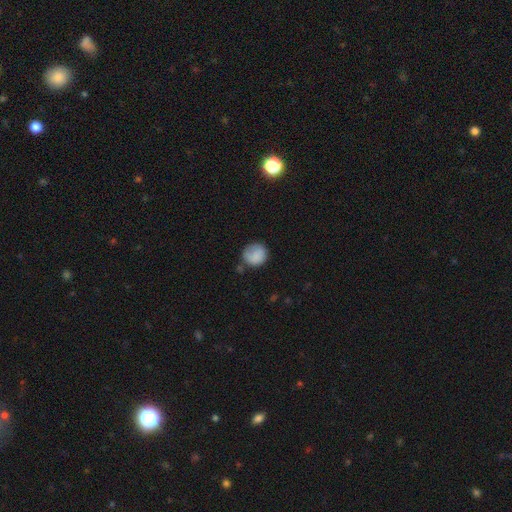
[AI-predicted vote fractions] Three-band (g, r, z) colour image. It shows a smooth galaxy with no disk features (79%) that is round (84%). Merging: none (59%).